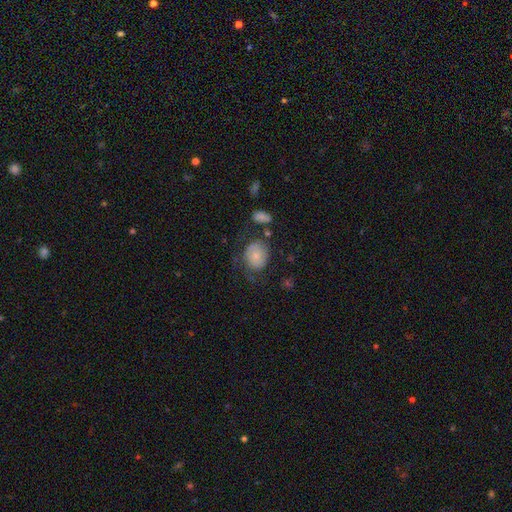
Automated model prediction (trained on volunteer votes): A smooth galaxy with no disk features (70%) that is round (59%). Merging: none (47%).